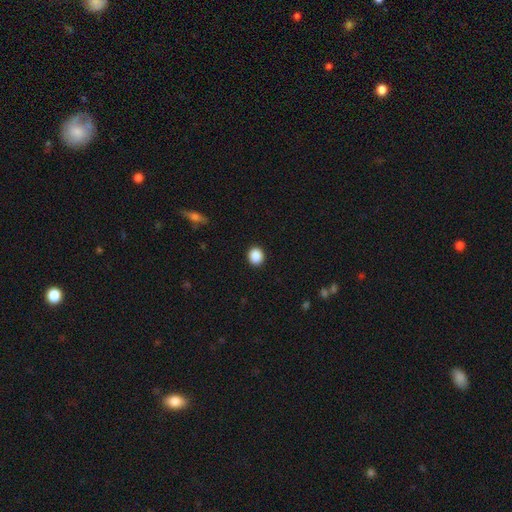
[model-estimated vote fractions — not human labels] Overall: smooth (89%). How rounded: round (75%). Merging: none (91%).